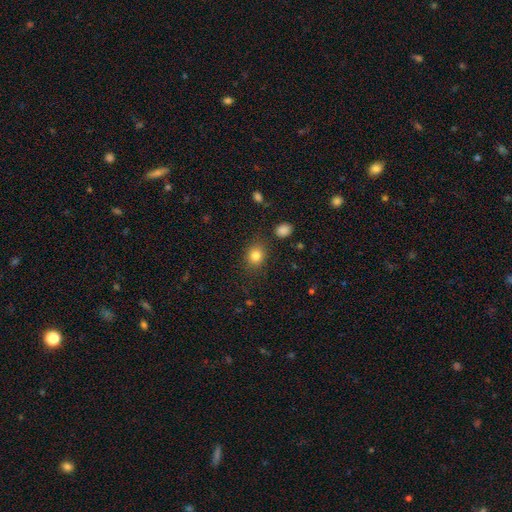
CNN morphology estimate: smooth-or-featured: smooth: 82% | star or artifact: 12% | featured or disk: 6%
  how-rounded: round: 64% | in between: 35% | cigar-shaped: 1%
  merging: none: 83% | minor disturbance: 11% | major disturbance: 4% | merger: 3%